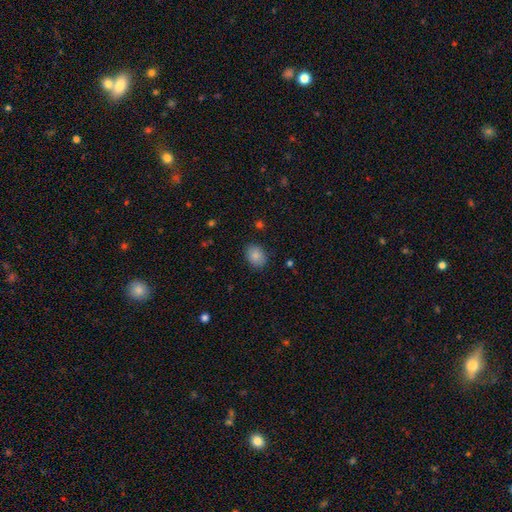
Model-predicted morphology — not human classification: smooth-or-featured: smooth: 86% | star or artifact: 8% | featured or disk: 6%
  how-rounded: in between: 64% | round: 36% | cigar-shaped: 1%
  merging: none: 85% | minor disturbance: 11% | major disturbance: 3% | merger: 1%